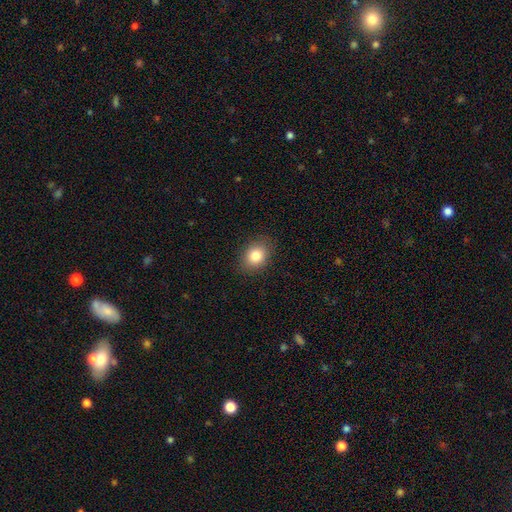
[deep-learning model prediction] Smooth or featured?
  - smooth: 83% *
  - star or artifact: 9%
  - featured or disk: 7%
How rounded?
  - in between: 56% *
  - round: 43%
  - cigar-shaped: 1%
Merging?
  - none: 87% *
  - minor disturbance: 9%
  - major disturbance: 3%
  - merger: 1%